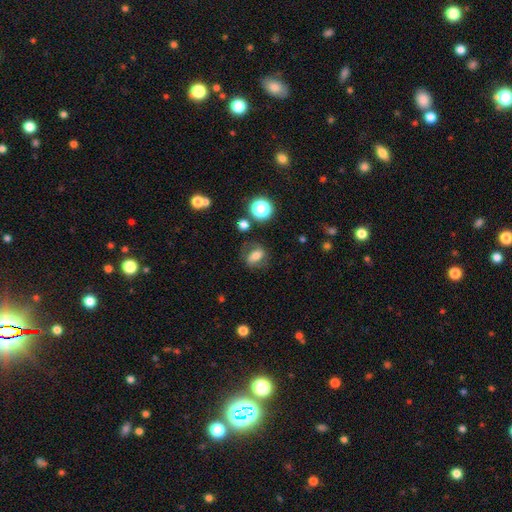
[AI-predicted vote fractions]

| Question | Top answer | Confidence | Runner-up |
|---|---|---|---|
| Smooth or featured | smooth | 52% | featured or disk (36%) |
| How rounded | in between | 62% | round (34%) |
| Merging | none | 69% | minor disturbance (17%) |